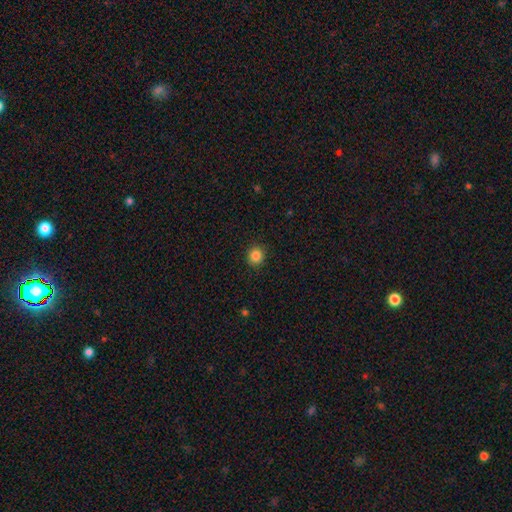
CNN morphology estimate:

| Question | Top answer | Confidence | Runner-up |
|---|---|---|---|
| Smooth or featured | smooth | 85% | star or artifact (11%) |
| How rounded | round | 88% | in between (11%) |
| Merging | none | 91% | minor disturbance (6%) |